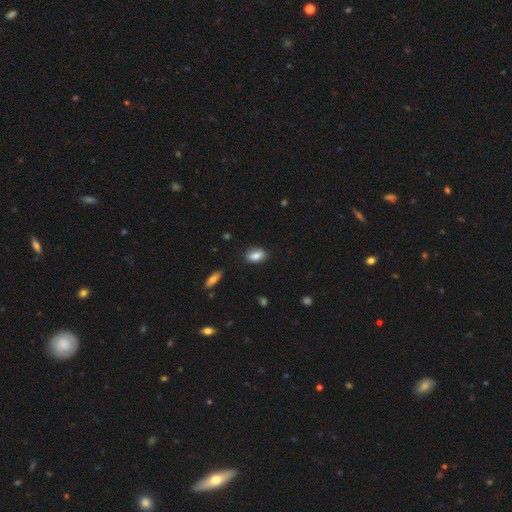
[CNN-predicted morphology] A smooth galaxy with no disk features (85%) that is in between round and cigar-shaped (90%). Merging: none (83%).